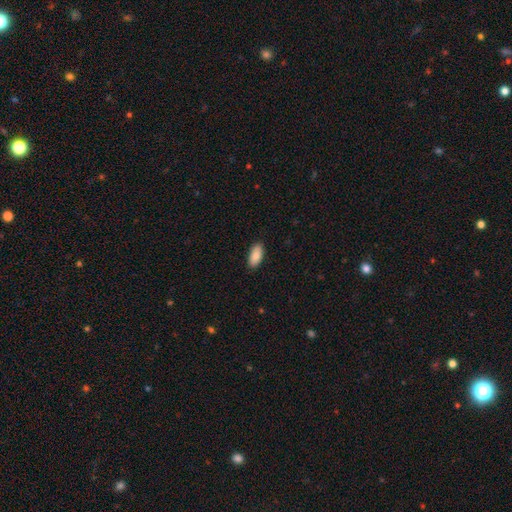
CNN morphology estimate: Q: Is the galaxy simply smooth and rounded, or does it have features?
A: smooth — 86%.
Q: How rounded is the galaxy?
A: in between — 91%.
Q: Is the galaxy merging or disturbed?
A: none — 88%.